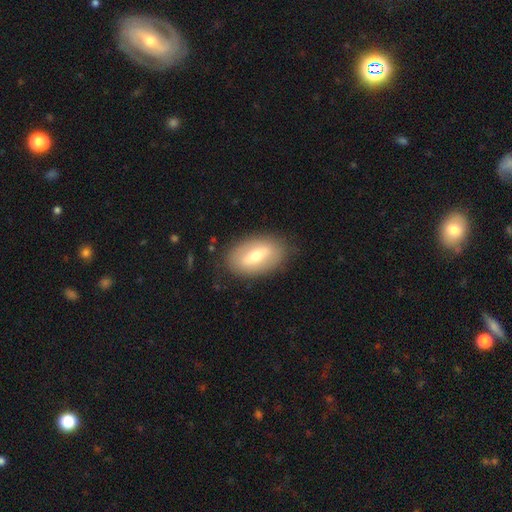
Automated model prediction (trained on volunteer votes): smooth_or_featured: smooth (p=0.50) [alt: featured or disk p=0.43]
how_rounded: in between (p=0.89) [alt: round p=0.07]
merging: none (p=0.84) [alt: minor disturbance p=0.11]